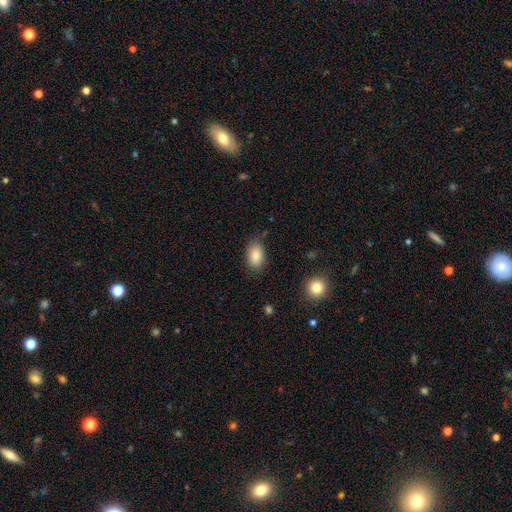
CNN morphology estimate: A smooth galaxy with no disk features (84%) that is in between round and cigar-shaped (88%). Merging: none (81%).